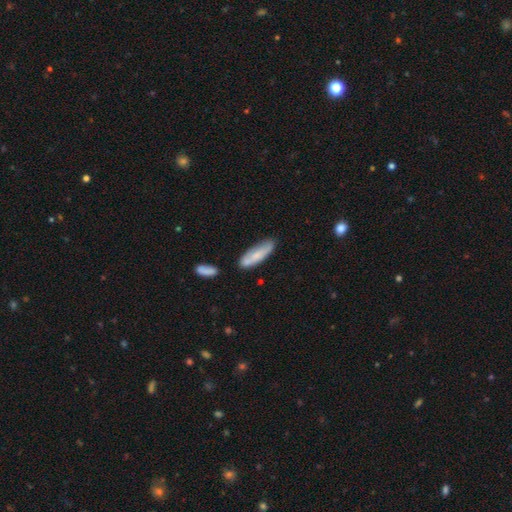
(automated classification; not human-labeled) Smooth or featured: smooth — 68% (featured or disk — 26%)
How rounded: cigar-shaped — 58% (in between — 40%)
Merging: none — 66% (minor disturbance — 19%)